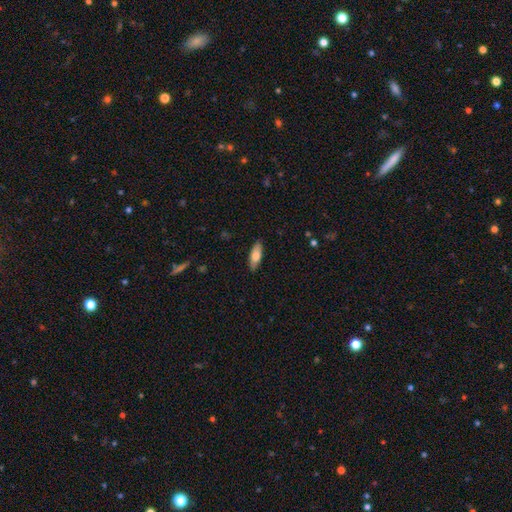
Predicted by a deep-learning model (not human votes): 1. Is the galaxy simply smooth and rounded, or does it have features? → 74% smooth, 20% featured or disk, 6% star or artifact.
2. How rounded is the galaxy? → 67% in between, 31% cigar-shaped, 2% round.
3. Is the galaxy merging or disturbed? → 88% none, 9% minor disturbance, 2% major disturbance, 1% merger.